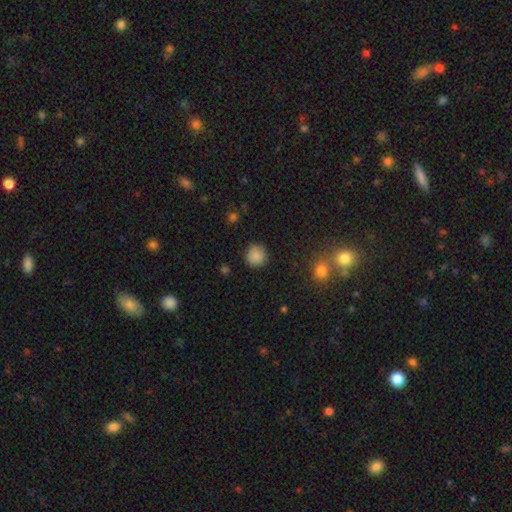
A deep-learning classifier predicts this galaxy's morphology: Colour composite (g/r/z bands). It shows a smooth galaxy with no disk features (86%) that is round (94%). Merging: none (89%).